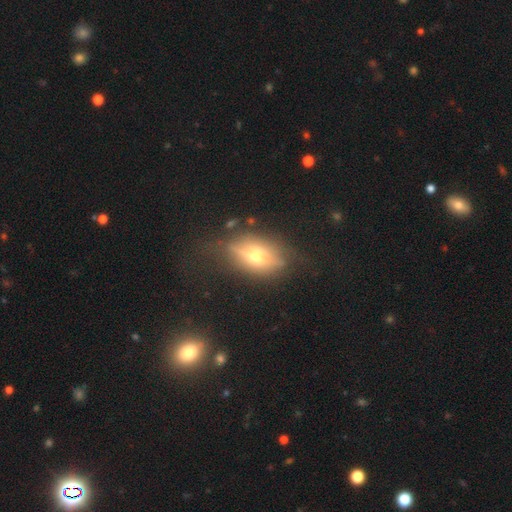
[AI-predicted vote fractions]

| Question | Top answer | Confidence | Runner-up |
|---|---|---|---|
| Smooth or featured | featured or disk | 54% | smooth (35%) |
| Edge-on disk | yes | 69% | no (31%) |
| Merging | none | 62% | minor disturbance (23%) |